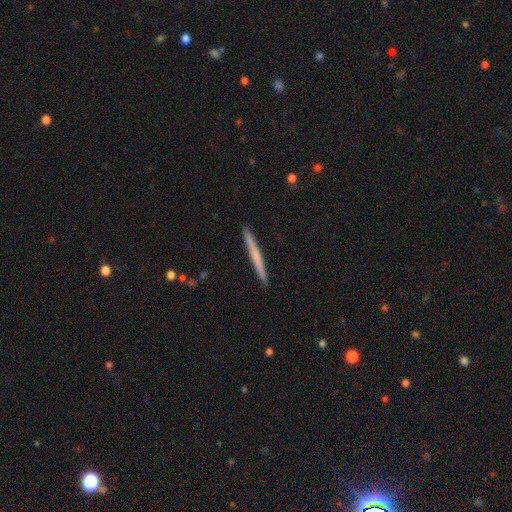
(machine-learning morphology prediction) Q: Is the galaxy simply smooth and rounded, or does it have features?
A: smooth — 54%.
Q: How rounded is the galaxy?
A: cigar-shaped — 97%.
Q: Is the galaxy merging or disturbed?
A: none — 93%.